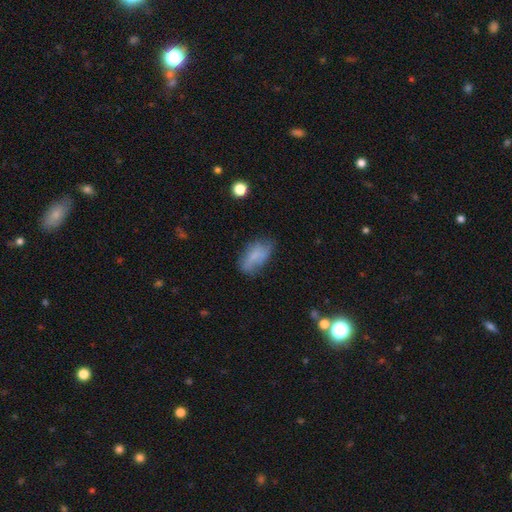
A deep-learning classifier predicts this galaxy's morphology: smooth 61%, featured or disk 29%, star or artifact 10%. Down the decision tree: how rounded — in between (89%); merging — none (48%).